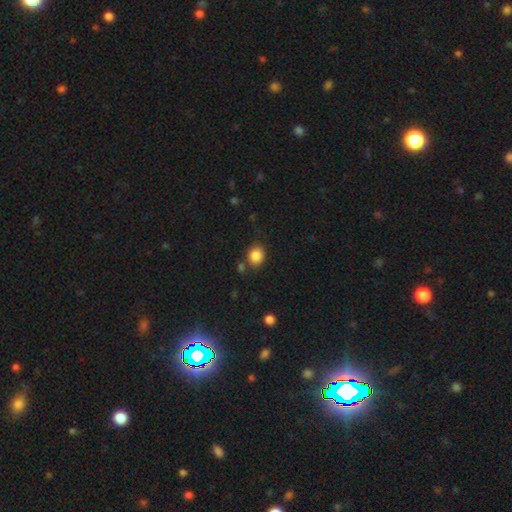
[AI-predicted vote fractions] A smooth galaxy with no disk features (86%) that is round (67%). Merging: none (78%).